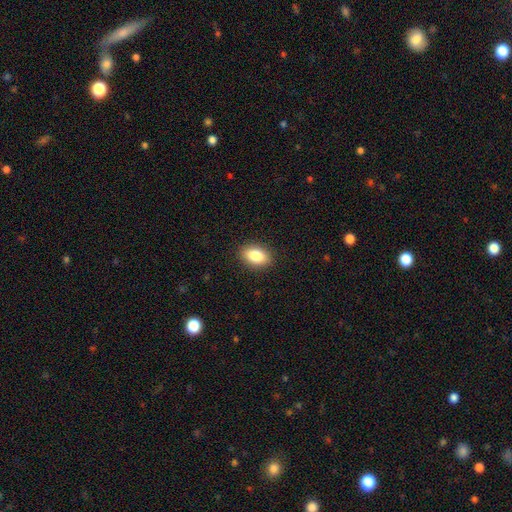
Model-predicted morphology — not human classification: type=smooth (85%); roundness=in between (88%); merging=none (89%).